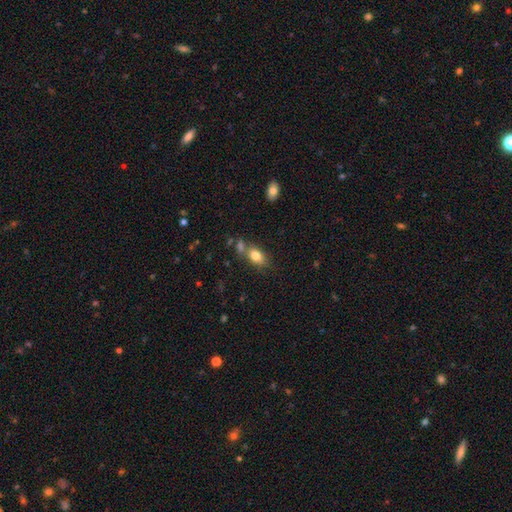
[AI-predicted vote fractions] This appears to be a smooth galaxy with no disk features (81%) that is in between round and cigar-shaped (85%). Merging: none (59%).